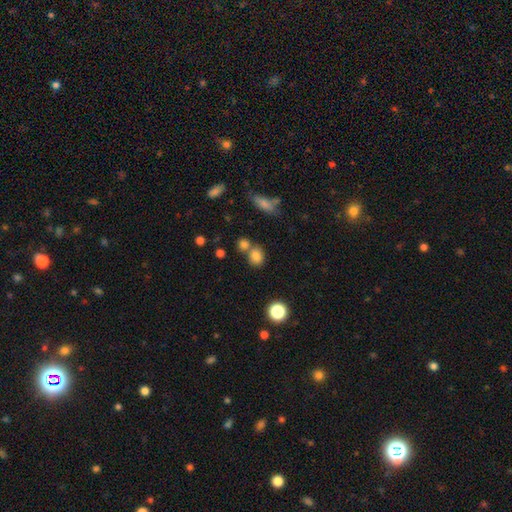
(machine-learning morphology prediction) This appears to be a smooth galaxy with no disk features (80%) that is round (59%). Merging: none (58%).